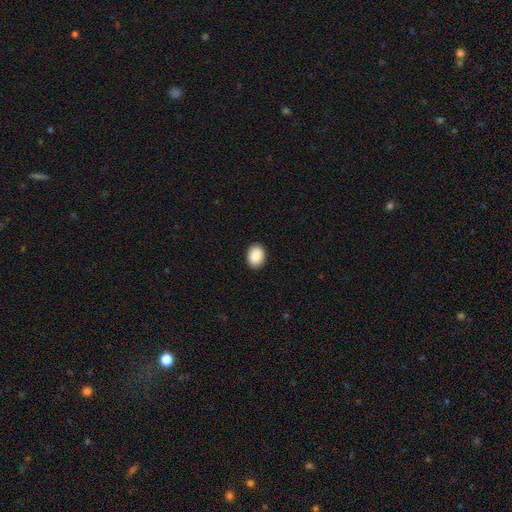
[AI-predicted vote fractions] A smooth galaxy with no disk features (89%) that is in between round and cigar-shaped (69%).

Vote fractions:
- Smooth or featured? smooth: 89% / star or artifact: 7% / featured or disk: 4%
- How rounded? in between: 69% / round: 30% / cigar-shaped: 1%
- Merging? none: 91% / minor disturbance: 7% / major disturbance: 2% / merger: 1%